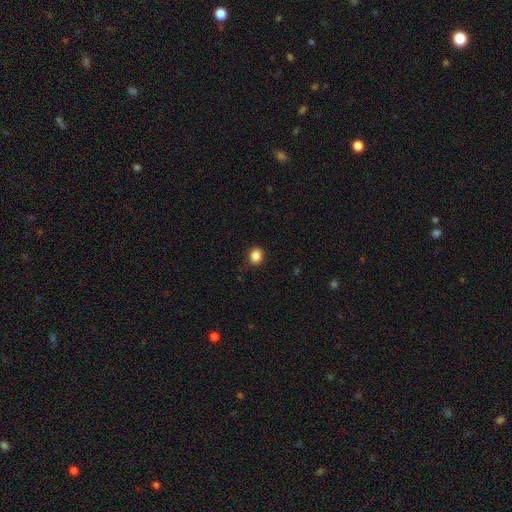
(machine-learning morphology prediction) smooth-or-featured: smooth: 86% | star or artifact: 10% | featured or disk: 4%
  how-rounded: round: 63% | in between: 36% | cigar-shaped: 1%
  merging: none: 87% | minor disturbance: 10% | major disturbance: 2% | merger: 1%